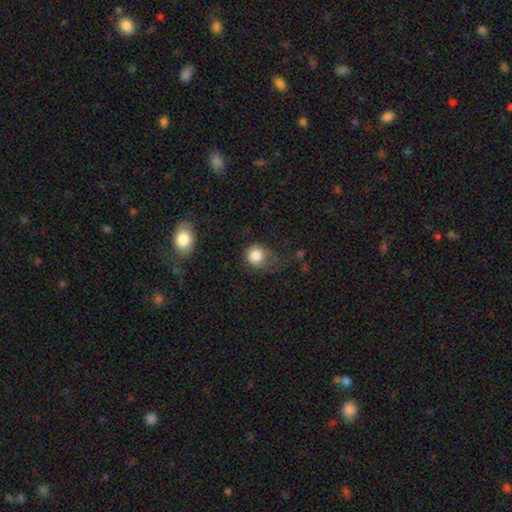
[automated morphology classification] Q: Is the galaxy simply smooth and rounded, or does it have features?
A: smooth — 83%.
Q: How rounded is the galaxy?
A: round — 79%.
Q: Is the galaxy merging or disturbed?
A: none — 40%.